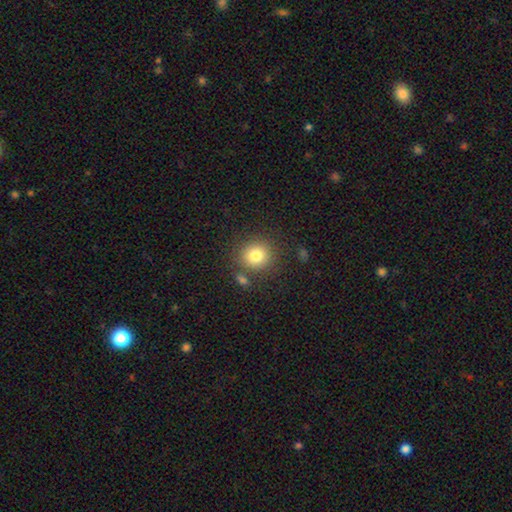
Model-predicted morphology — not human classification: smooth_or_featured: smooth (p=0.81) [alt: star or artifact p=0.11]
how_rounded: round (p=0.88) [alt: in between p=0.11]
merging: none (p=0.78) [alt: minor disturbance p=0.10]